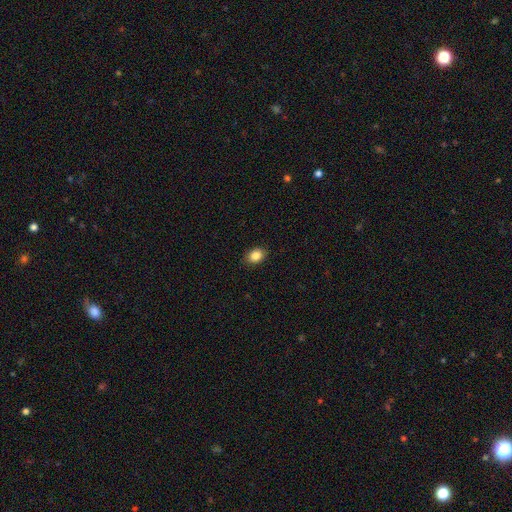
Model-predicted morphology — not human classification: Smooth or featured?
  - smooth: 86% *
  - star or artifact: 9%
  - featured or disk: 5%
How rounded?
  - in between: 67% *
  - round: 32%
  - cigar-shaped: 1%
Merging?
  - none: 88% *
  - minor disturbance: 9%
  - major disturbance: 2%
  - merger: 1%